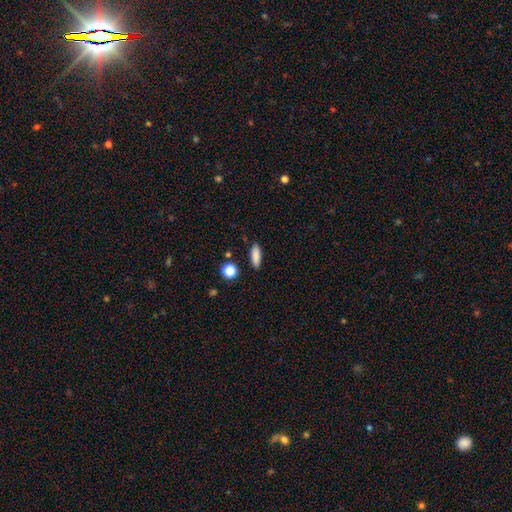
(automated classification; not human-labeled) A smooth galaxy with no disk features (86%) that is in between round and cigar-shaped (55%).

Vote fractions:
- Smooth or featured? smooth: 86% / star or artifact: 8% / featured or disk: 5%
- How rounded? in between: 55% / cigar-shaped: 41% / round: 4%
- Merging? none: 88% / minor disturbance: 8% / major disturbance: 2% / merger: 2%